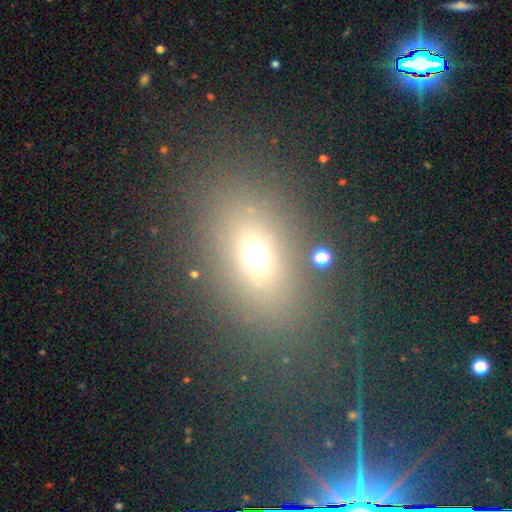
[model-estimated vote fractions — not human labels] A smooth galaxy with no disk features (62%) that is in between round and cigar-shaped (65%).

Vote fractions:
- Smooth or featured? smooth: 62% / star or artifact: 24% / featured or disk: 13%
- How rounded? in between: 65% / round: 31% / cigar-shaped: 4%
- Merging? none: 78% / minor disturbance: 10% / major disturbance: 8% / merger: 4%